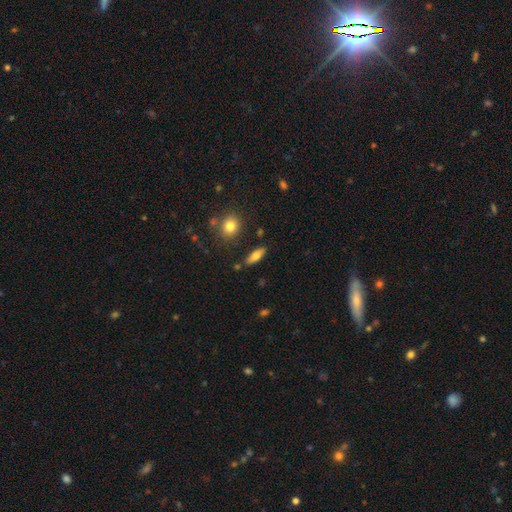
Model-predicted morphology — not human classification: A smooth galaxy with no disk features (71%) that is in between round and cigar-shaped (64%). Merging: none (83%).